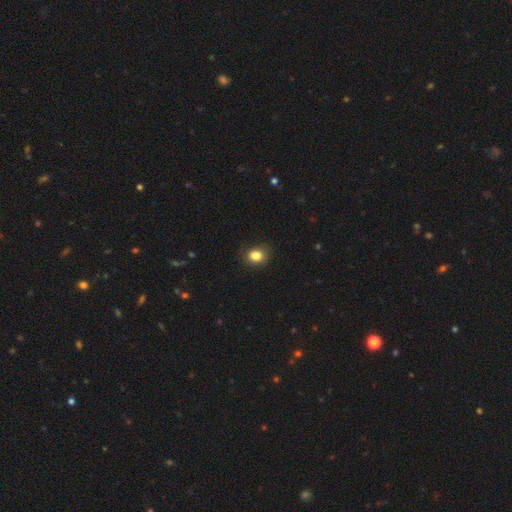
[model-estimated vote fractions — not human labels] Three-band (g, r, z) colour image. It shows a smooth galaxy with no disk features (84%) that is round (59%). Merging: none (81%).